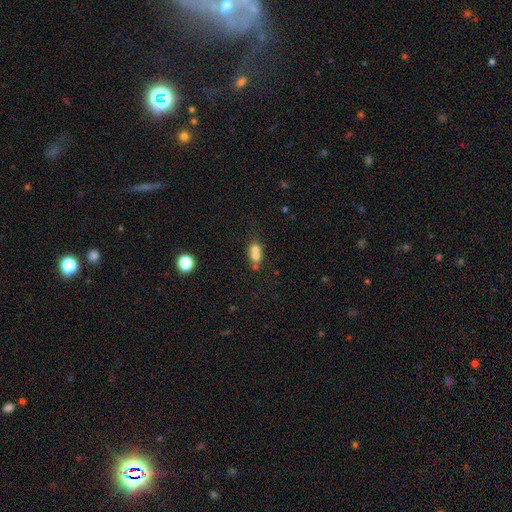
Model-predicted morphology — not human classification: smooth 63%, featured or disk 24%, star or artifact 13%. Down the decision tree: how rounded — round (54%); merging — merger (63%).